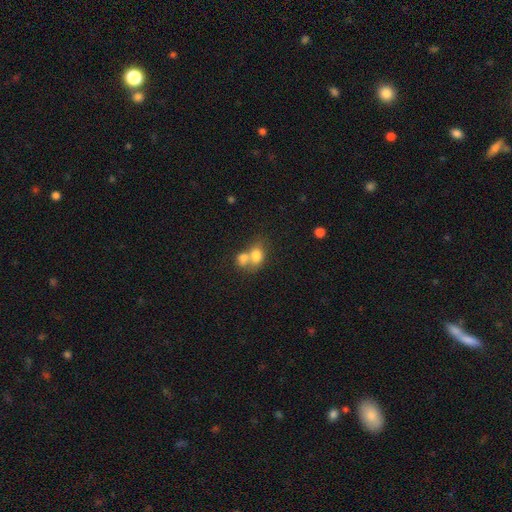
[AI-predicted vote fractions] Smooth or featured?
  - smooth: 76% *
  - featured or disk: 15%
  - star or artifact: 10%
How rounded?
  - in between: 62% *
  - round: 36%
  - cigar-shaped: 1%
Merging?
  - merger: 62% *
  - none: 25%
  - minor disturbance: 8%
  - major disturbance: 5%